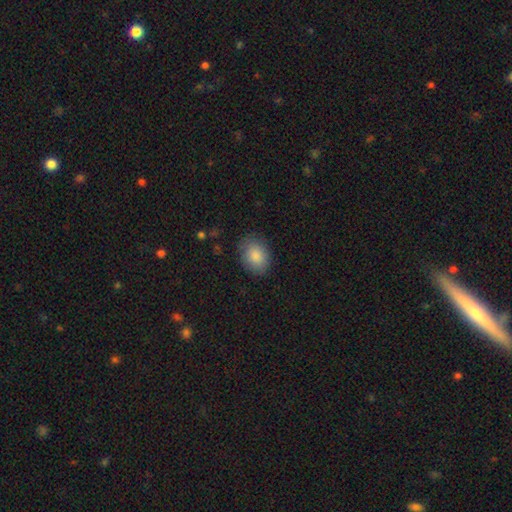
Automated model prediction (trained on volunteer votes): smooth_or_featured: smooth (p=0.86) [alt: star or artifact p=0.07]
how_rounded: in between (p=0.66) [alt: round p=0.33]
merging: none (p=0.81) [alt: minor disturbance p=0.14]